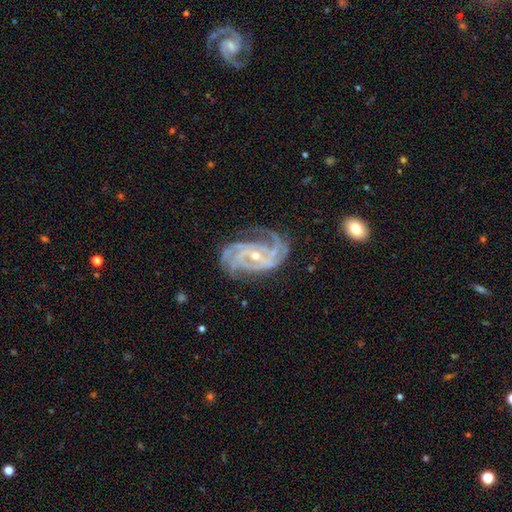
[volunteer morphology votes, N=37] featured or disk 89%, star or artifact 8%, smooth 3%. Down the decision tree: edge-on disk — no (100%); bar — no (45%); spiral arms — yes (97%); spiral arm count — 2 (38%); spiral winding — tight (56%); bulge size — small (58%); merging — none (71%).